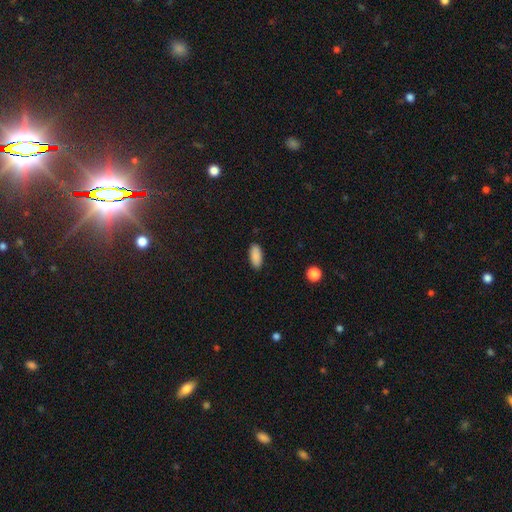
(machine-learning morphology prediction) Q: Smooth or featured?
A: smooth (89%); runner-up: star or artifact (7%)
Q: How rounded?
A: in between (87%); runner-up: cigar-shaped (11%)
Q: Merging?
A: none (89%); runner-up: minor disturbance (8%)